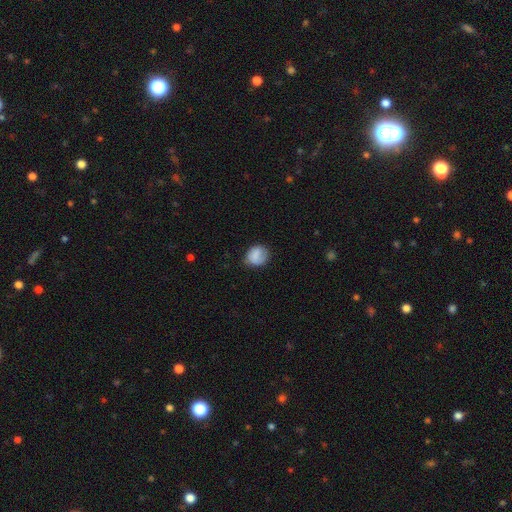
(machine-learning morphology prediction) Smooth or featured? smooth (78%)
How rounded? round (69%)
Merging? none (66%)